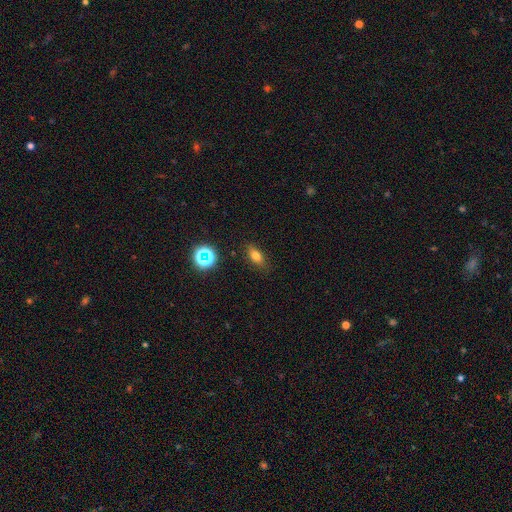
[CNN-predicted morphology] smooth-or-featured: smooth: 73% | star or artifact: 15% | featured or disk: 12%
  how-rounded: in between: 77% | round: 13% | cigar-shaped: 10%
  merging: none: 85% | minor disturbance: 11% | major disturbance: 3% | merger: 1%